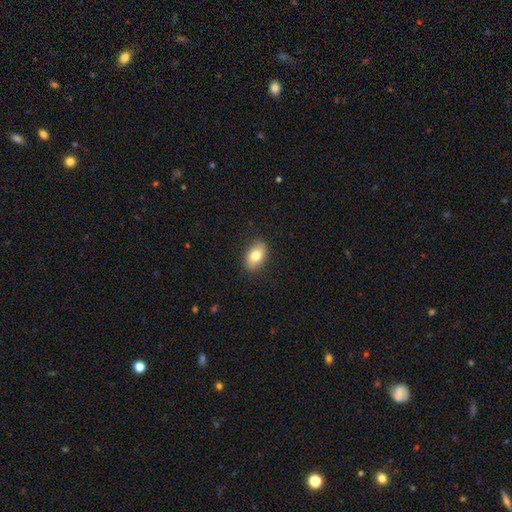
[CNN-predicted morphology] Smooth or featured?
  - smooth: 79% *
  - featured or disk: 14%
  - star or artifact: 8%
How rounded?
  - in between: 86% *
  - round: 12%
  - cigar-shaped: 2%
Merging?
  - none: 87% *
  - minor disturbance: 9%
  - major disturbance: 2%
  - merger: 1%